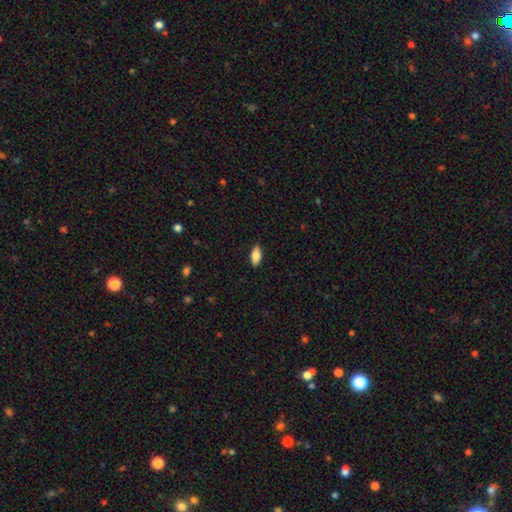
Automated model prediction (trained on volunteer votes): A smooth galaxy with no disk features (80%) that is in between round and cigar-shaped (87%).

Vote fractions:
- Smooth or featured? smooth: 80% / featured or disk: 14% / star or artifact: 6%
- How rounded? in between: 87% / cigar-shaped: 10% / round: 3%
- Merging? none: 88% / minor disturbance: 9% / major disturbance: 2% / merger: 1%